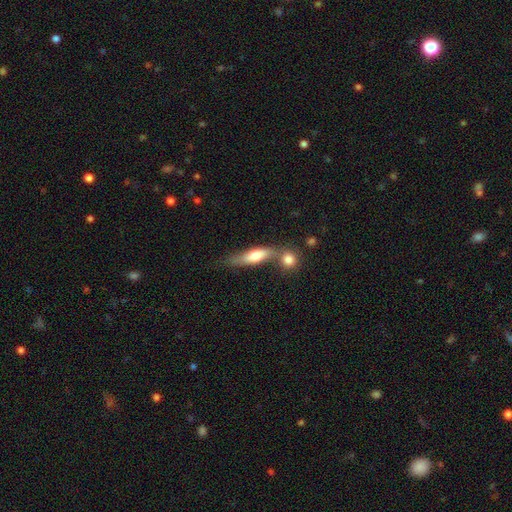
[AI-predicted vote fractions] This appears to be a smooth galaxy with no disk features (61%) that is cigar-shaped (51%). Merging: merger (41%).